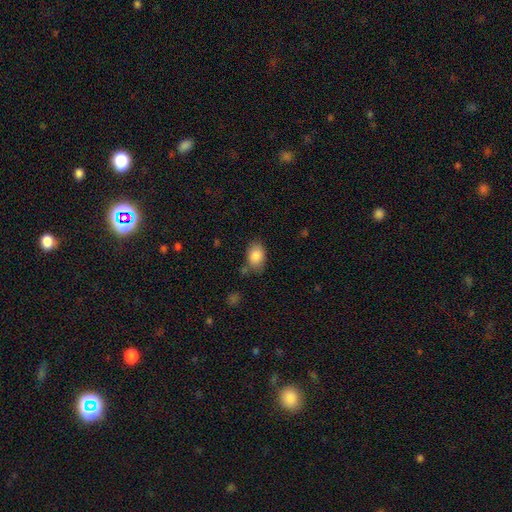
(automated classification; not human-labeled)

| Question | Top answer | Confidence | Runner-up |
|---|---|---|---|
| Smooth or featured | smooth | 87% | star or artifact (7%) |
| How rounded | in between | 80% | round (19%) |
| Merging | none | 71% | minor disturbance (18%) |